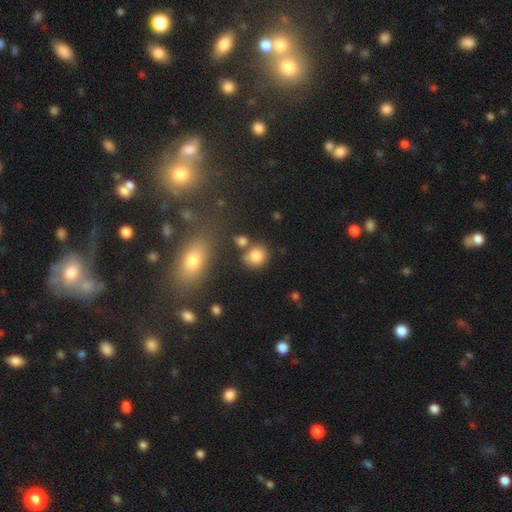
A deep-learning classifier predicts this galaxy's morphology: Smooth or featured: smooth — 82% (star or artifact — 11%)
How rounded: round — 75% (in between — 24%)
Merging: none — 63% (merger — 17%)